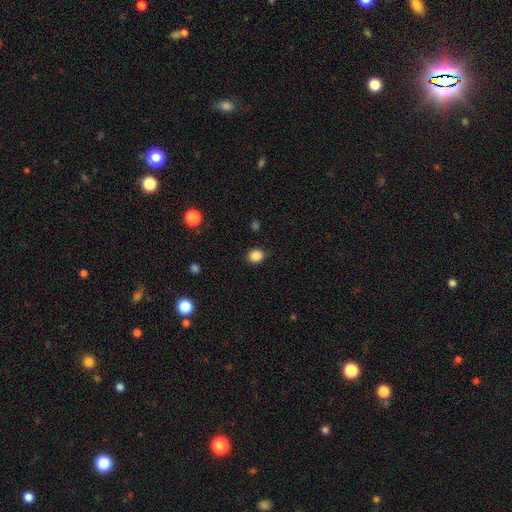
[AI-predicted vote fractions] Morphology: type=smooth (87%); roundness=round (75%); merging=none (89%).